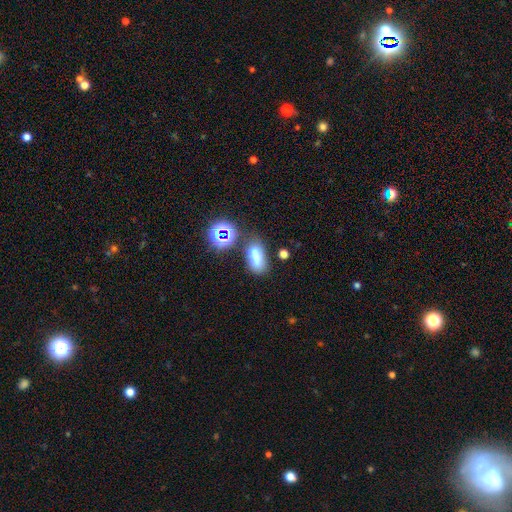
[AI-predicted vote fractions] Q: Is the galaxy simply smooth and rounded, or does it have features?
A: smooth — 67%.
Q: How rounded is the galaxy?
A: in between — 74%.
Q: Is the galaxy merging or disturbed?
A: none — 50%.